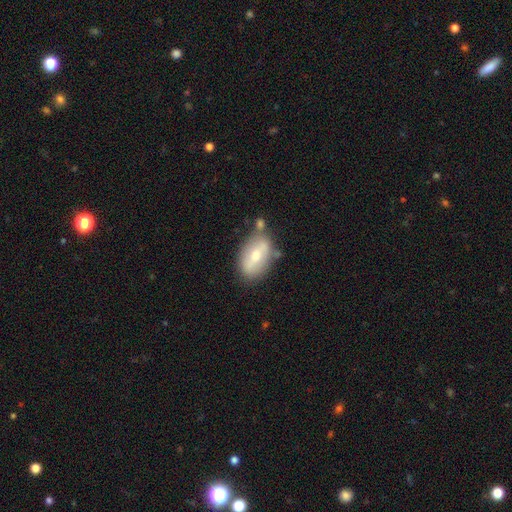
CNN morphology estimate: This appears to be a smooth galaxy with no disk features (51%) that is in between round and cigar-shaped (89%). Merging: none (65%).